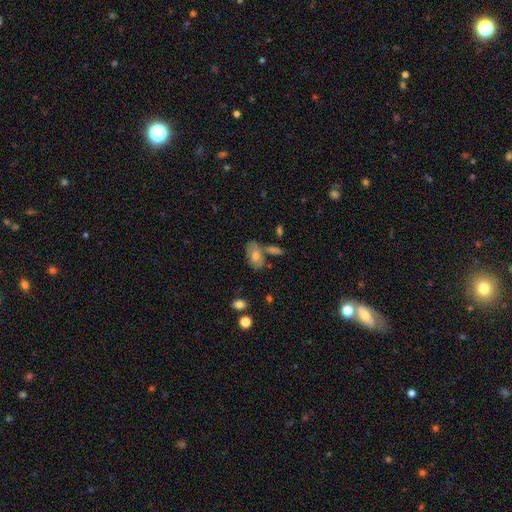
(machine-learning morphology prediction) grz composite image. It shows a smooth galaxy with no disk features (62%) that is in between round and cigar-shaped (89%). Merging: none (55%).